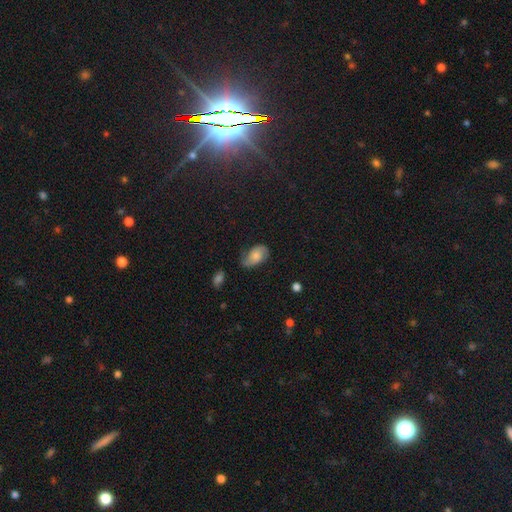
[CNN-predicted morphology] smooth-or-featured: featured or disk: 50% | smooth: 41% | star or artifact: 9%
  merging: none: 56% | minor disturbance: 30% | major disturbance: 11% | merger: 2%